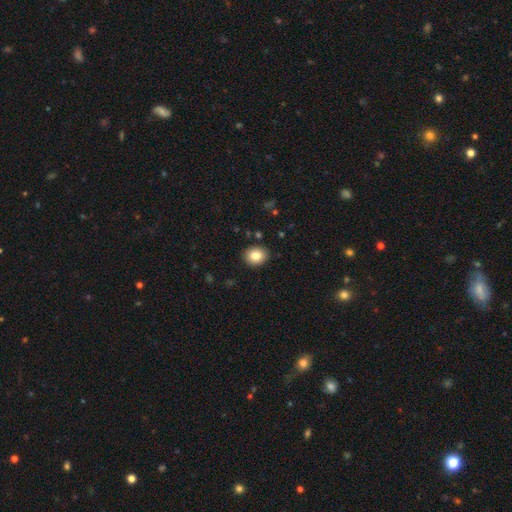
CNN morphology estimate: smooth-or-featured: smooth: 83% | star or artifact: 9% | featured or disk: 8%
  how-rounded: round: 59% | in between: 41% | cigar-shaped: 1%
  merging: none: 90% | minor disturbance: 7% | major disturbance: 2% | merger: 1%